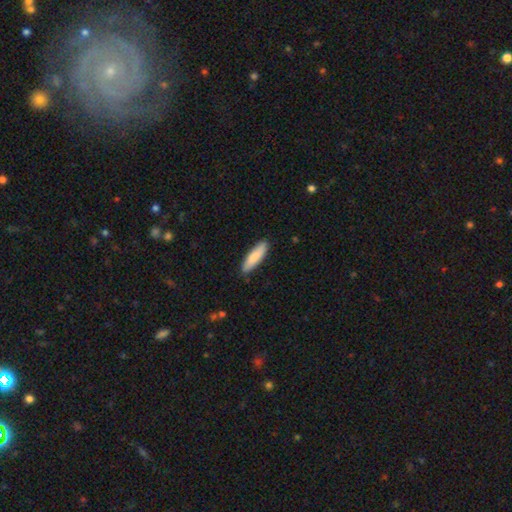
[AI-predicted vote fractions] Overall: smooth (84%). How rounded: cigar-shaped (63%; in between 36%). Merging: none (88%).